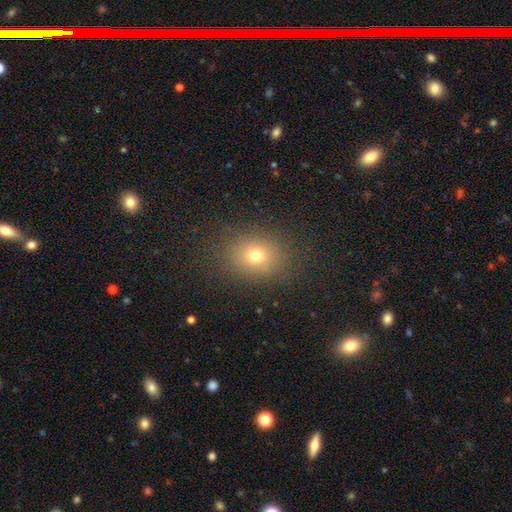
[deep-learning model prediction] This appears to be a smooth galaxy with no disk features (72%) that is round (53%). Merging: none (83%).